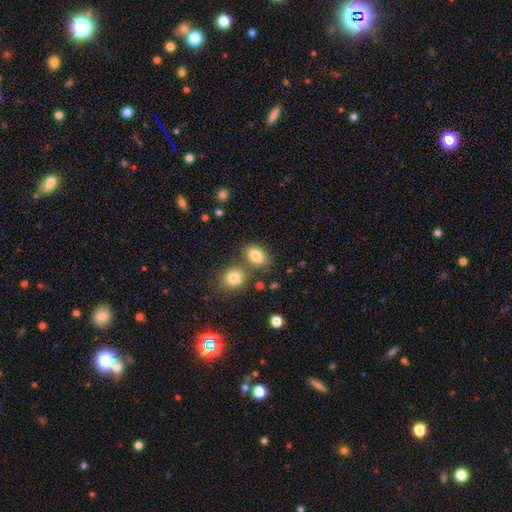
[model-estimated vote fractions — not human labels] The model was most divided on "merging": none: 60%, merger: 22%, minor disturbance: 13%, major disturbance: 4%. More confident: how rounded — in between (85%); smooth or featured — smooth (84%).